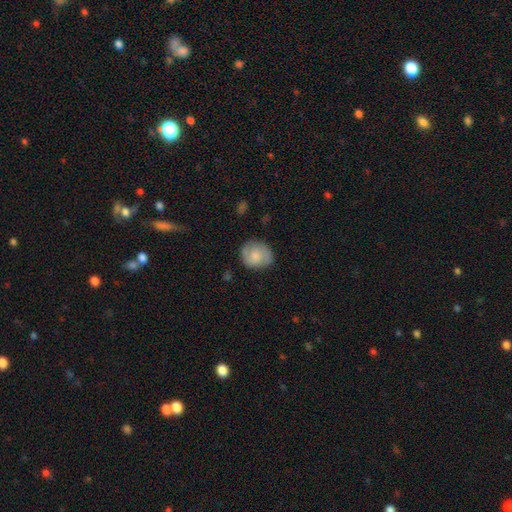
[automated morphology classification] Smooth or featured? smooth (60%)
How rounded? round (71%)
Merging? none (75%)